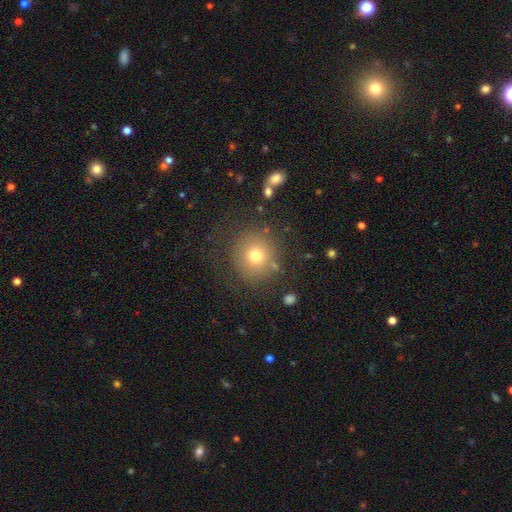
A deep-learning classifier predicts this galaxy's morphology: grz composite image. It shows a smooth galaxy with no disk features (72%) that is round (91%). Merging: none (79%).